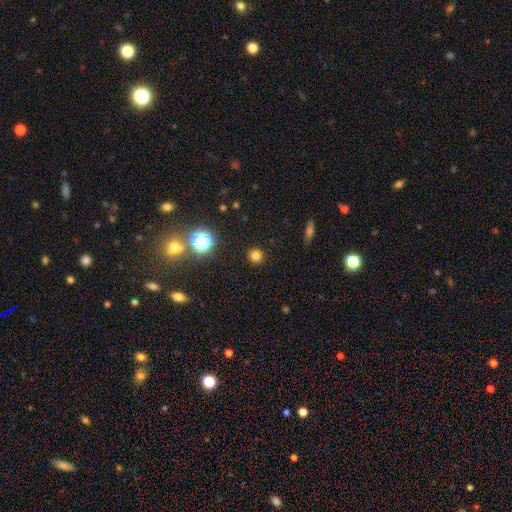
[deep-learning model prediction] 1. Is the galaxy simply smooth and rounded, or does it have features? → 77% smooth, 18% star or artifact, 5% featured or disk.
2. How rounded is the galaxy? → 91% round, 8% in between, 1% cigar-shaped.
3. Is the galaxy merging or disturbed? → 91% none, 6% minor disturbance, 2% major disturbance, 2% merger.